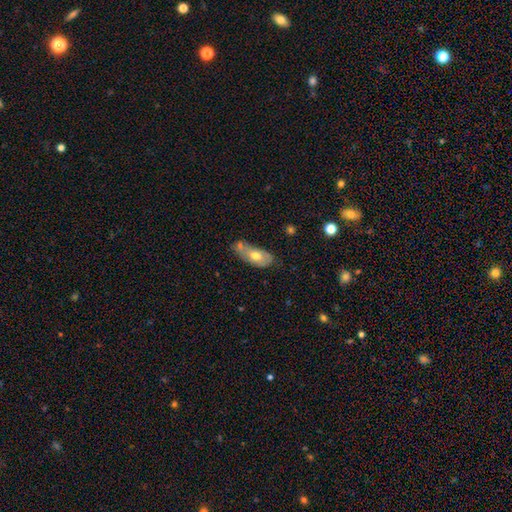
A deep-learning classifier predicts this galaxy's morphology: This is possibly a smooth galaxy (59%). How rounded: clearly in between (86%). Merging: marginally none (36%).